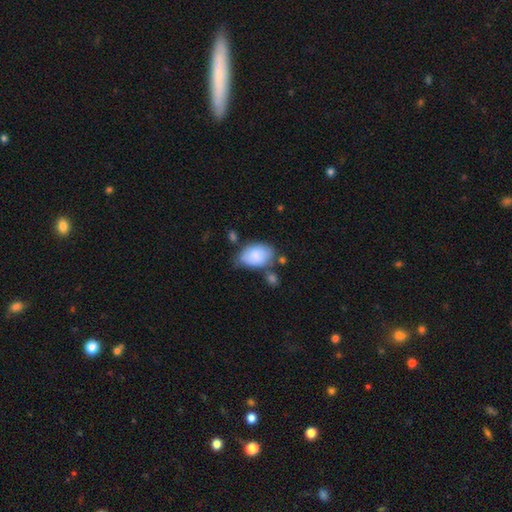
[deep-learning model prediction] Morphology: type=smooth (83%); roundness=in between (89%); merging=none (55%).